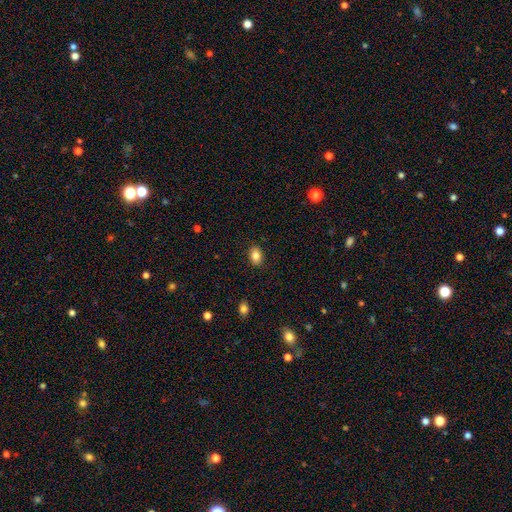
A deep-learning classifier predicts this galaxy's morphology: Overall: smooth (84%). How rounded: in between (76%). Merging: none (88%).